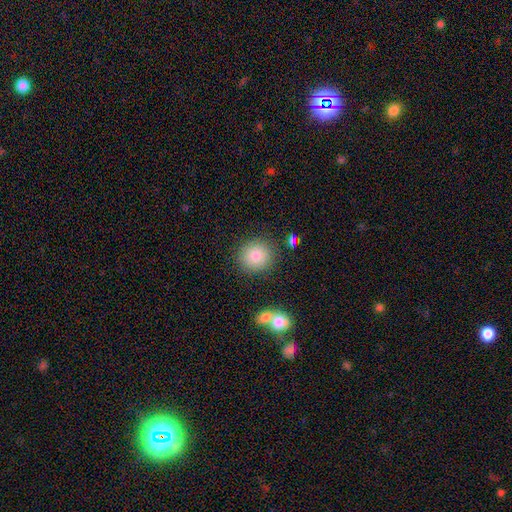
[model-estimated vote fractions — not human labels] smooth-or-featured: smooth: 84% | star or artifact: 9% | featured or disk: 7%
  how-rounded: round: 91% | in between: 8% | cigar-shaped: 1%
  merging: none: 85% | minor disturbance: 8% | merger: 5% | major disturbance: 3%